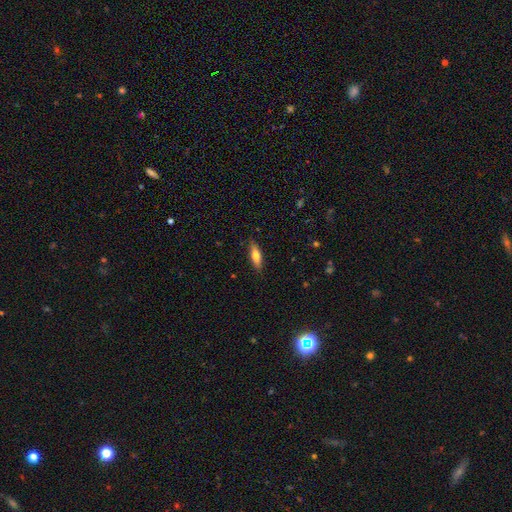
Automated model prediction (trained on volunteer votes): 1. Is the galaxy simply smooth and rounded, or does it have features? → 71% smooth, 23% featured or disk, 6% star or artifact.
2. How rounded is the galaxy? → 51% cigar-shaped, 47% in between, 2% round.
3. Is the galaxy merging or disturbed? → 86% none, 11% minor disturbance, 2% major disturbance, 1% merger.